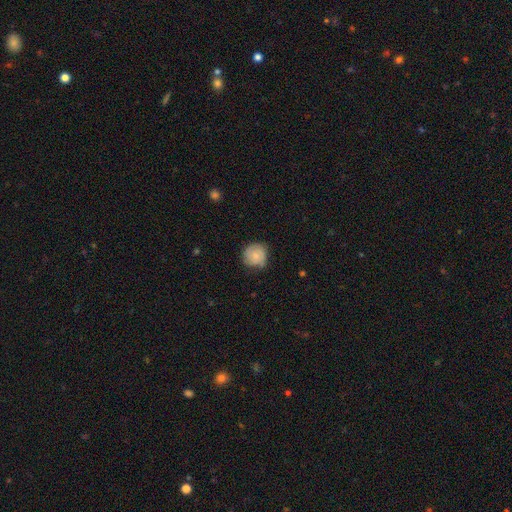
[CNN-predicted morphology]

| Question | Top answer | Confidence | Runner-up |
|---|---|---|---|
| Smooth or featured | smooth | 61% | featured or disk (31%) |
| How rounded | round | 88% | in between (11%) |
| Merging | none | 70% | minor disturbance (24%) |